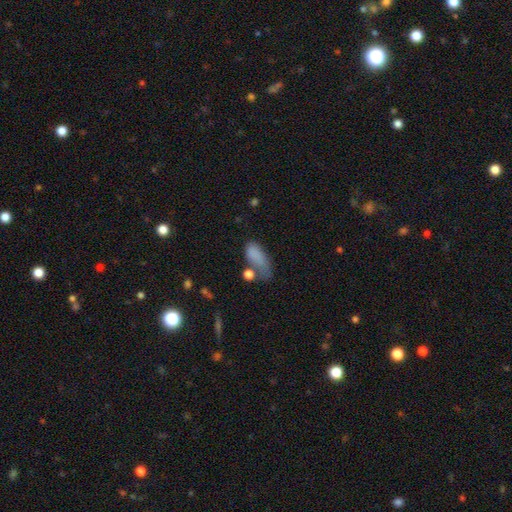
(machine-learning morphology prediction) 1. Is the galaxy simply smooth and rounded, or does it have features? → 77% smooth, 13% featured or disk, 10% star or artifact.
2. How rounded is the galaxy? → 85% in between, 10% cigar-shaped, 5% round.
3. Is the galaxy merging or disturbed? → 31% major disturbance, 30% none, 27% minor disturbance, 12% merger.